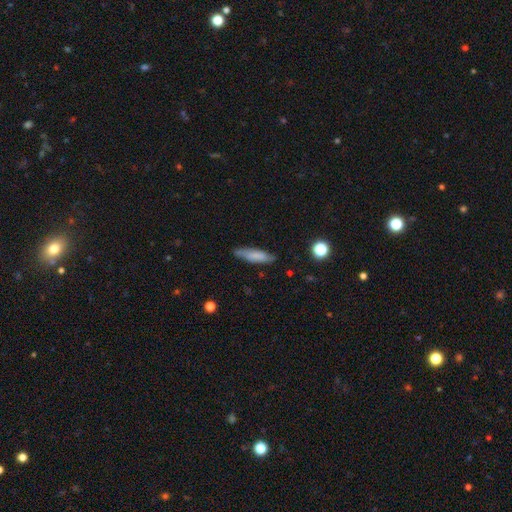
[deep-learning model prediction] Smooth or featured? Predicted: smooth (p=0.69). How rounded? Predicted: cigar-shaped (p=0.66). Merging? Predicted: none (p=0.78).